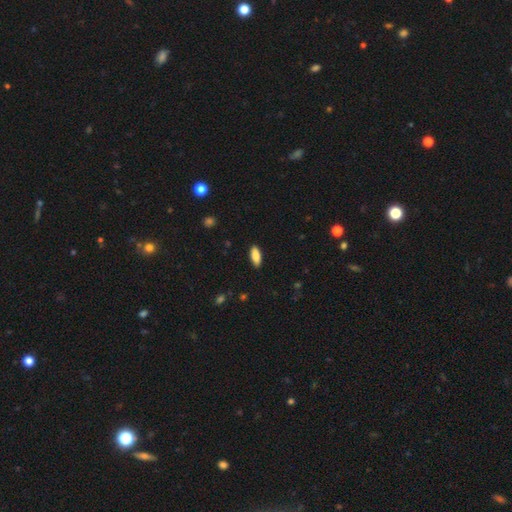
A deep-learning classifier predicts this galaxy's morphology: Overall: smooth (88%). How rounded: in between (79%). Merging: none (88%).